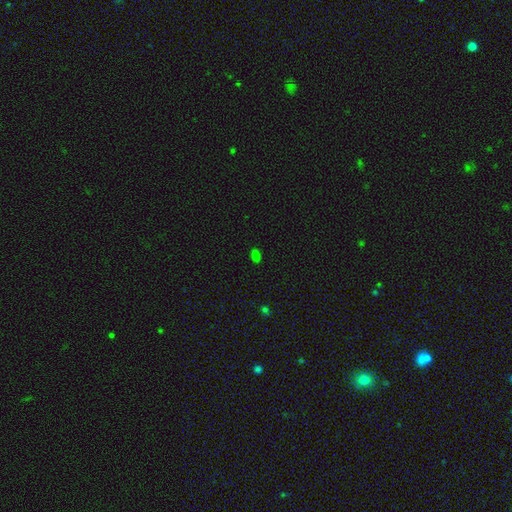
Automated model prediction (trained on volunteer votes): The model was most divided on "smooth or featured": smooth: 75%, star or artifact: 21%, featured or disk: 4%. More confident: how rounded — in between (88%); merging — none (87%).